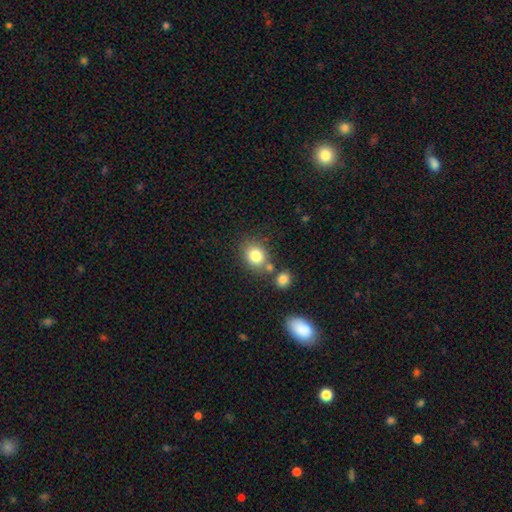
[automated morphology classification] This is clearly a smooth galaxy (81%). How rounded: likely round (61%). Merging: likely none (66%).